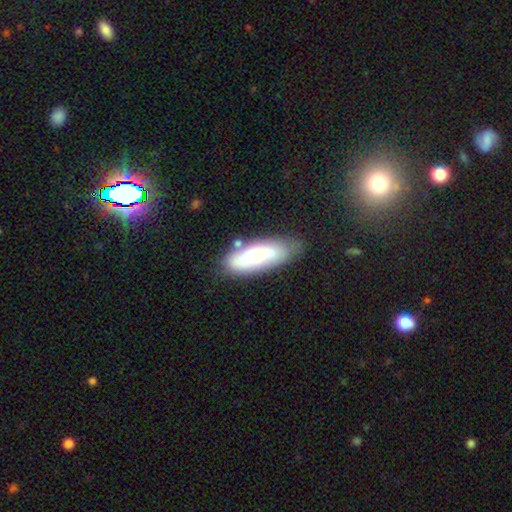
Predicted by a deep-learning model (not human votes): Smooth or featured: smooth — 65% (featured or disk — 28%)
How rounded: in between — 67% (cigar-shaped — 31%)
Merging: none — 62% (minor disturbance — 23%)